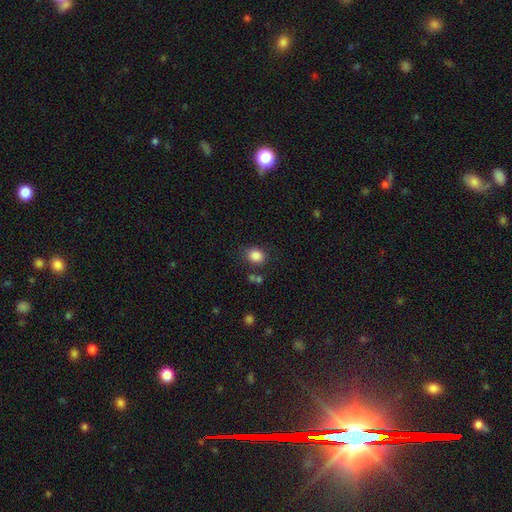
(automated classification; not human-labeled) Smooth or featured? Predicted: smooth (p=0.86). How rounded? Predicted: round (p=0.57). Merging? Predicted: none (p=0.76).